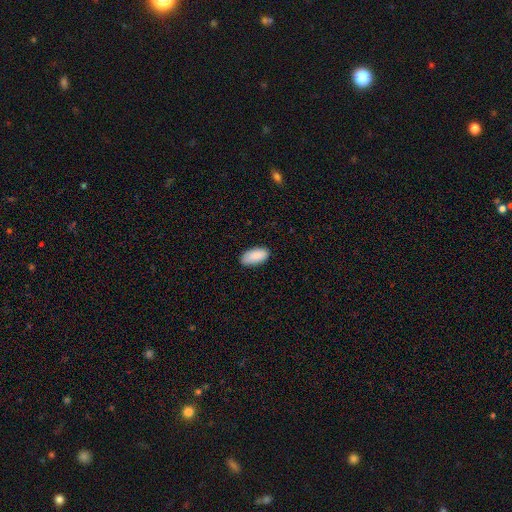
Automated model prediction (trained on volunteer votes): This appears to be a smooth galaxy with no disk features (90%) that is in between round and cigar-shaped (94%). Merging: none (83%).